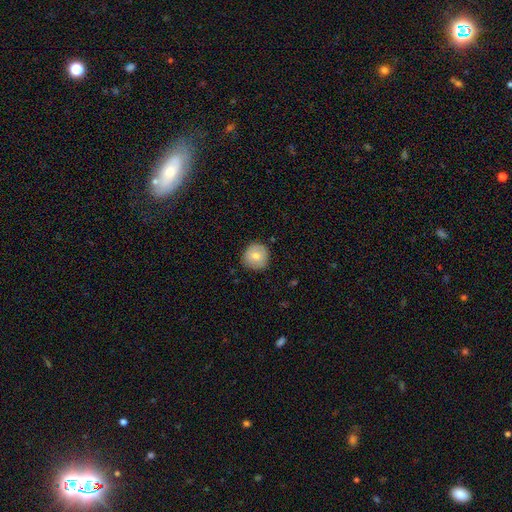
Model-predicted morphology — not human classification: The model was most divided on "smooth or featured": smooth: 75%, featured or disk: 17%, star or artifact: 8%. More confident: how rounded — round (93%); merging — none (84%).